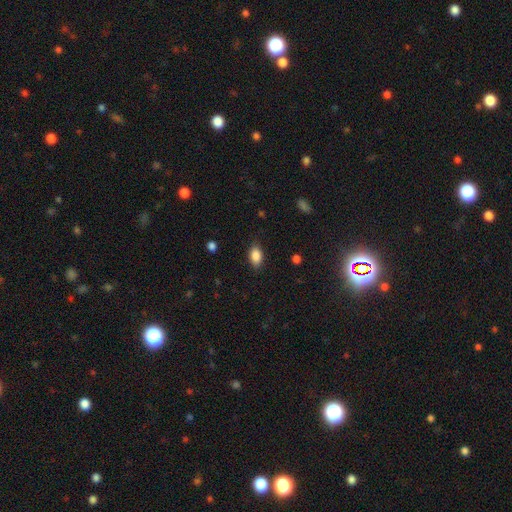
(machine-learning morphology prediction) Smooth or featured?
  - smooth: 87% *
  - star or artifact: 8%
  - featured or disk: 5%
How rounded?
  - in between: 89% *
  - round: 8%
  - cigar-shaped: 3%
Merging?
  - none: 84% *
  - minor disturbance: 12%
  - major disturbance: 3%
  - merger: 1%